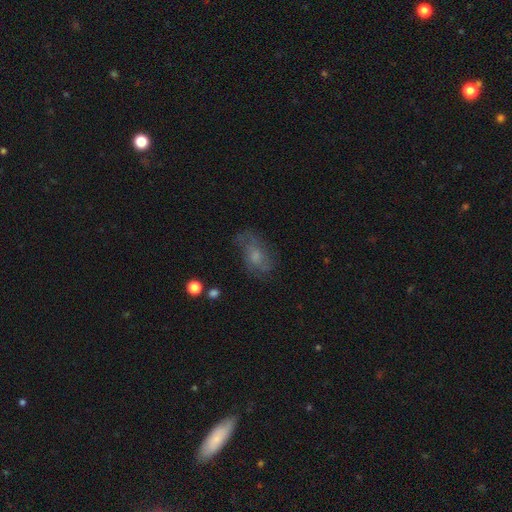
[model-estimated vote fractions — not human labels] This is possibly a featured or disk galaxy (47%). Merging: possibly none (56%).